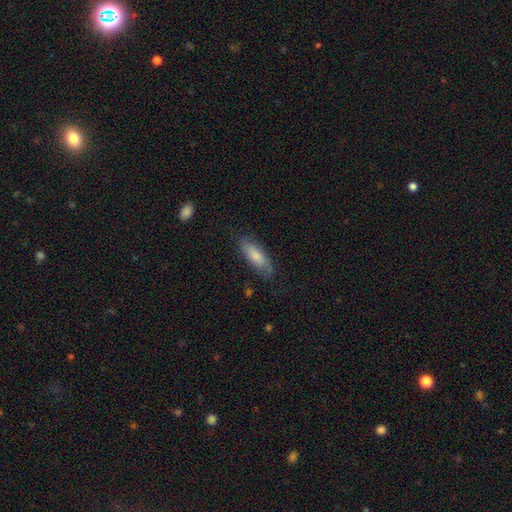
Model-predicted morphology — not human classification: The model was most divided on "how rounded": in between: 60%, cigar-shaped: 39%, round: 2%. More confident: merging — none (76%); smooth or featured — smooth (73%).